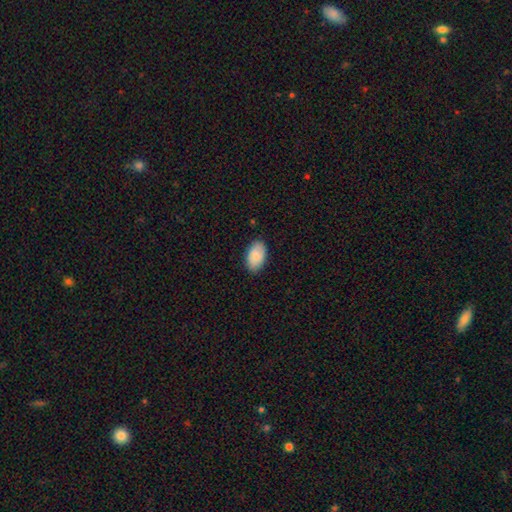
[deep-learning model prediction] A smooth galaxy with no disk features (88%) that is in between round and cigar-shaped (94%).

Vote fractions:
- Smooth or featured? smooth: 88% / star or artifact: 6% / featured or disk: 6%
- How rounded? in between: 94% / round: 4% / cigar-shaped: 1%
- Merging? none: 85% / minor disturbance: 12% / major disturbance: 2% / merger: 1%